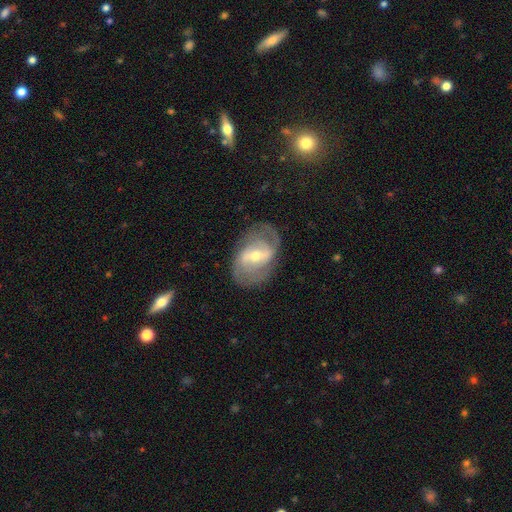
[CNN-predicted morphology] Overall: featured or disk (82%). Edge-on disk: no (96%). Bar: weak (46%; strong 36%). Spiral arms: yes (91%). Spiral arm count: 2 (64%). Spiral winding: medium (46%; tight 33%). Bulge size: moderate (53%; small 43%). Merging: none (71%).